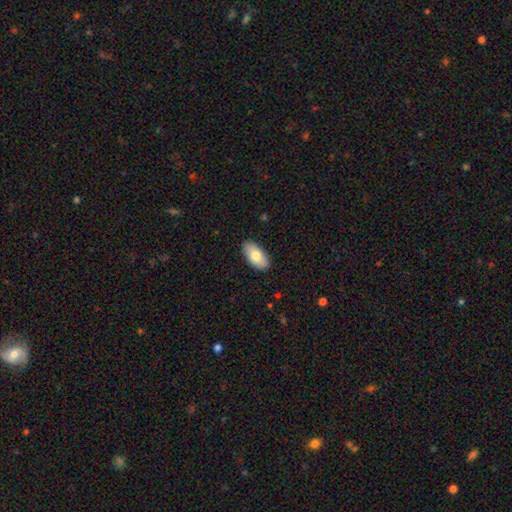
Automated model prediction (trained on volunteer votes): Overall: smooth (79%). How rounded: in between (94%). Merging: none (88%).